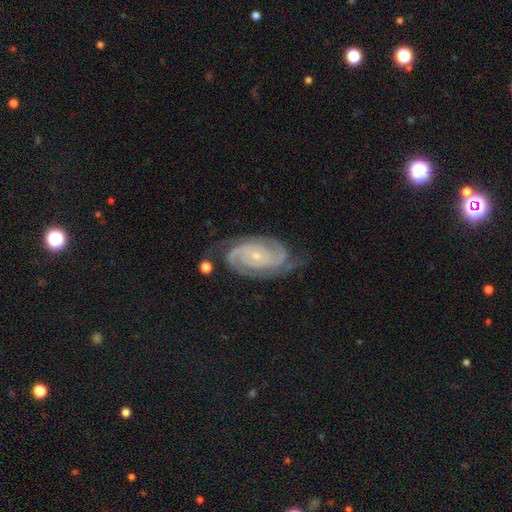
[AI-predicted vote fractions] The model was most divided on "spiral winding": tight: 72%, medium: 25%, loose: 3%. More confident: spiral arms — yes (99%); edge-on disk — no (97%); smooth or featured — featured or disk (92%); bulge size — small (79%); merging — none (75%); spiral arm count — 2 (73%); bar — no (69%).